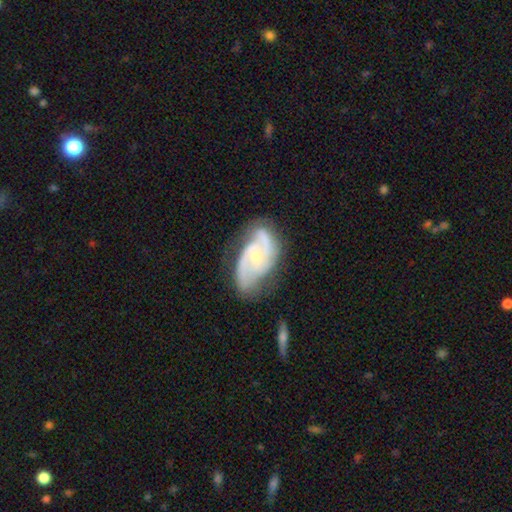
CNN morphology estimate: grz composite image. It shows a featured or disk galaxy (87%) with no bar (61%), 2 (58%) medium (49%) spiral arms (97%) and a small central bulge (64%). Merging: none (60%).